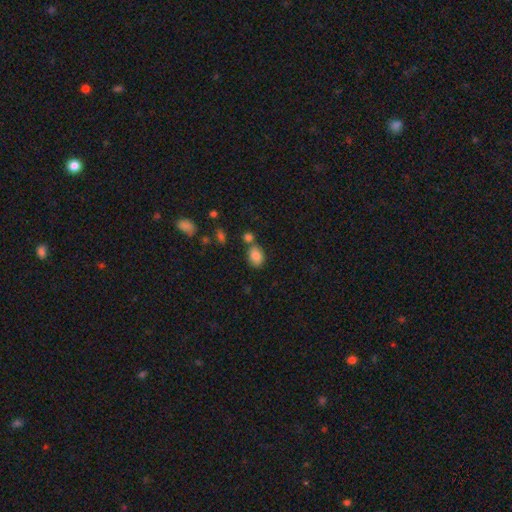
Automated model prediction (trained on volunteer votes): smooth_or_featured: smooth (p=0.85) [alt: star or artifact p=0.09]
how_rounded: in between (p=0.72) [alt: round p=0.27]
merging: none (p=0.58) [alt: merger p=0.22]